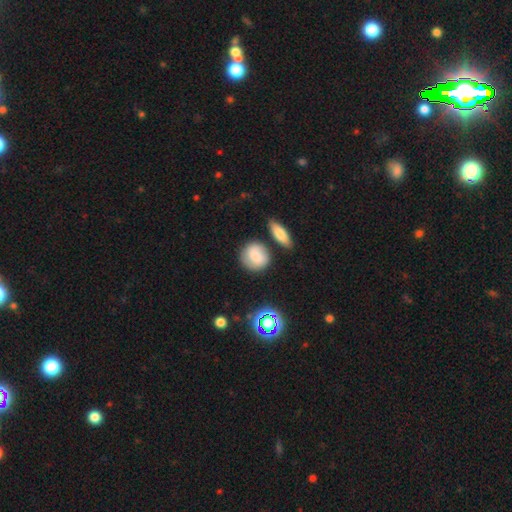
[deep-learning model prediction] Overall: smooth (70%). How rounded: round (82%). Merging: none (73%).